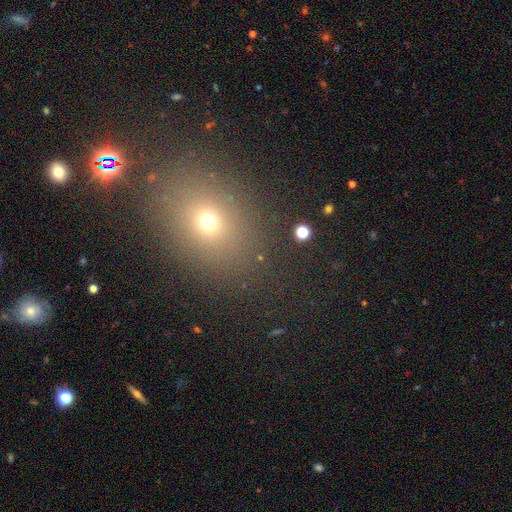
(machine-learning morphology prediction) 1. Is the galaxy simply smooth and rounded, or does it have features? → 59% smooth, 30% star or artifact, 11% featured or disk.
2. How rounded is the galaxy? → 51% round, 47% in between, 2% cigar-shaped.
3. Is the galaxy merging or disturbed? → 84% none, 9% minor disturbance, 4% major disturbance, 3% merger.